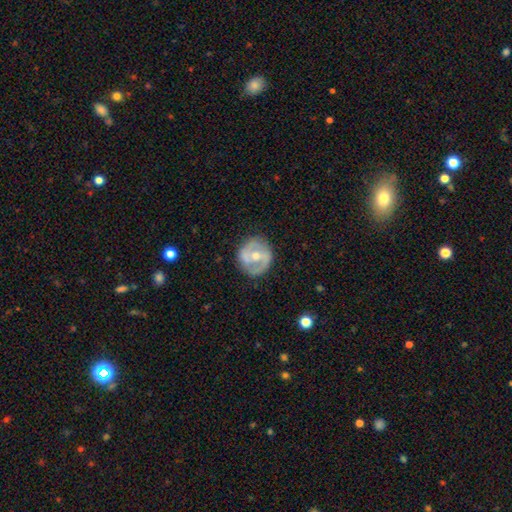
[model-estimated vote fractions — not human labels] Smooth or featured? featured or disk (69%)
Edge-on disk? no (96%)
Bar? weak (41%)
Spiral arms? yes (64%)
Bulge size? moderate (64%)
Merging? none (82%)